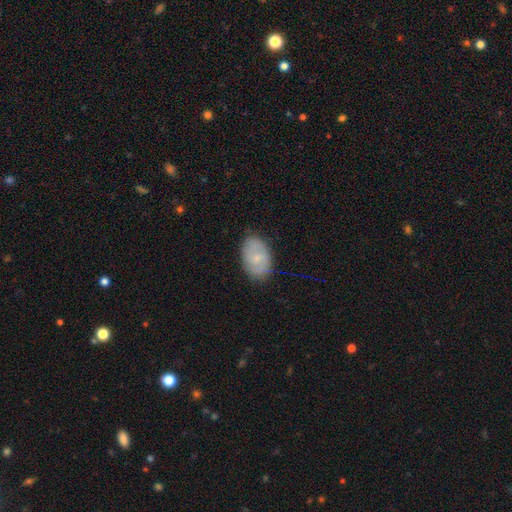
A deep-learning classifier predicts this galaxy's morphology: Overall: smooth (60%; featured or disk 33%). How rounded: in between (88%). Merging: none (80%).